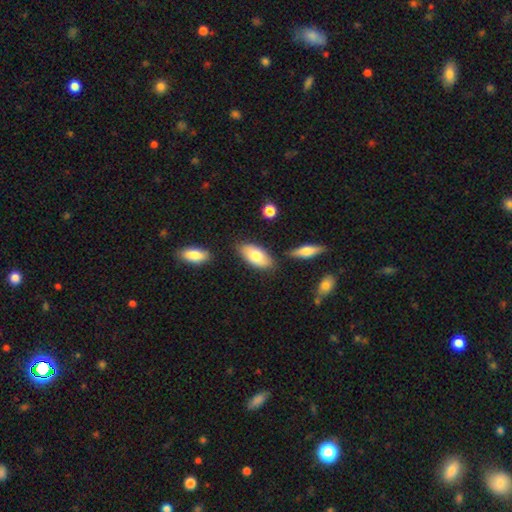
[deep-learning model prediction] Overall: smooth (76%). How rounded: in between (91%). Merging: none (78%).